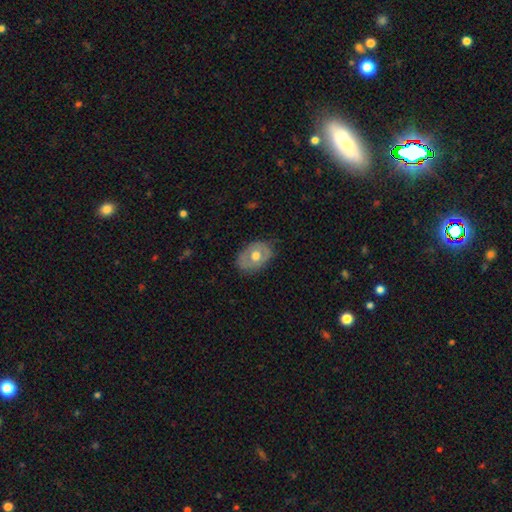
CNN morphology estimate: Smooth or featured? featured or disk (47%, tied with smooth)
Merging? none (76%)